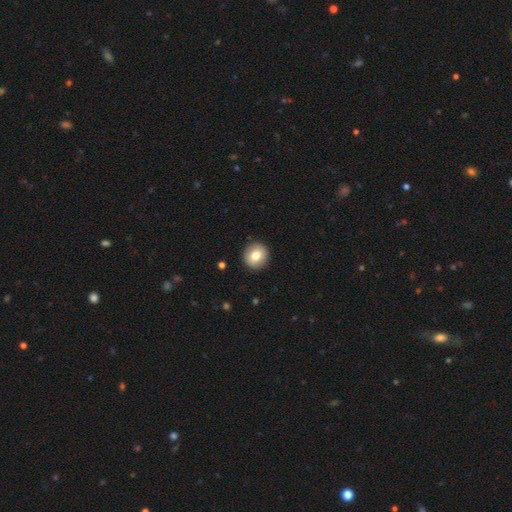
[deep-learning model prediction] smooth 77%, featured or disk 15%, star or artifact 8%. Down the decision tree: how rounded — round (91%); merging — none (91%).